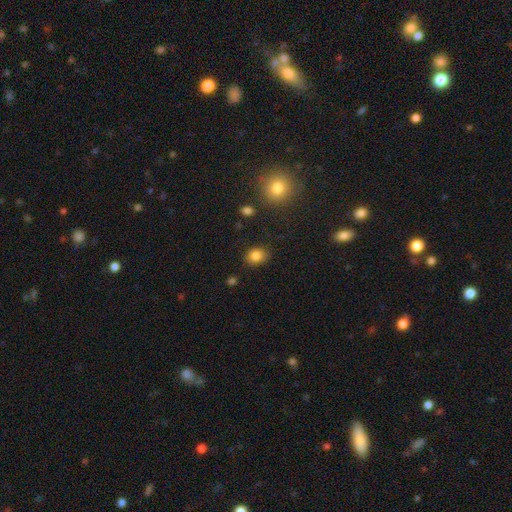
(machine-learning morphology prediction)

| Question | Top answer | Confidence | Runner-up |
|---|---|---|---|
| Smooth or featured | smooth | 84% | star or artifact (11%) |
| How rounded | in between | 56% | round (43%) |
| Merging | none | 83% | minor disturbance (12%) |